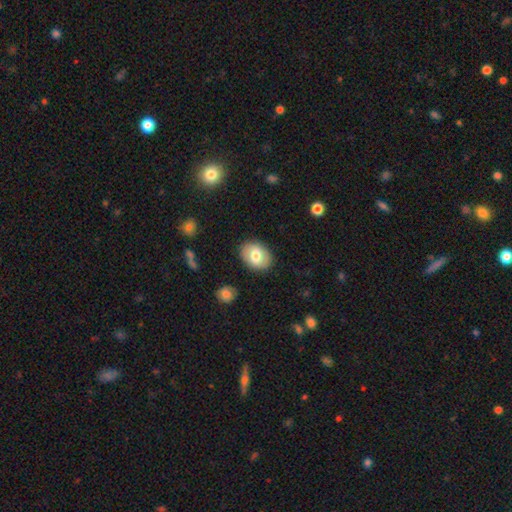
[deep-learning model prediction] Smooth or featured: smooth — 72% (featured or disk — 21%)
How rounded: in between — 76% (round — 23%)
Merging: none — 86% (minor disturbance — 10%)